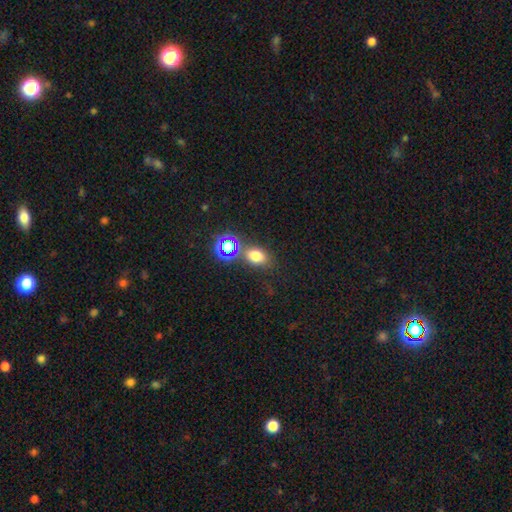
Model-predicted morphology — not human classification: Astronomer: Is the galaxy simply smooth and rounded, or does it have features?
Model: smooth — 68%.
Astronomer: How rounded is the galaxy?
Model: in between — 68%.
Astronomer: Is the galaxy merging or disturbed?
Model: none — 70%.